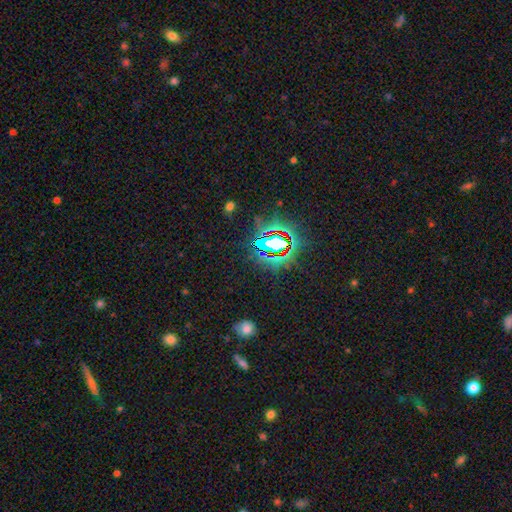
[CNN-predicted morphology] A star or artifact, not a galaxy (80%).

Vote fractions:
- Smooth or featured? star or artifact: 80% / smooth: 12% / featured or disk: 8%